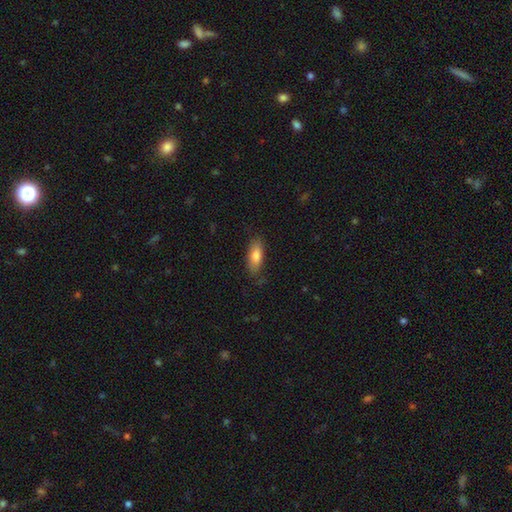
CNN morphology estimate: smooth 80%, featured or disk 14%, star or artifact 7%. Down the decision tree: how rounded — in between (74%); merging — none (79%).